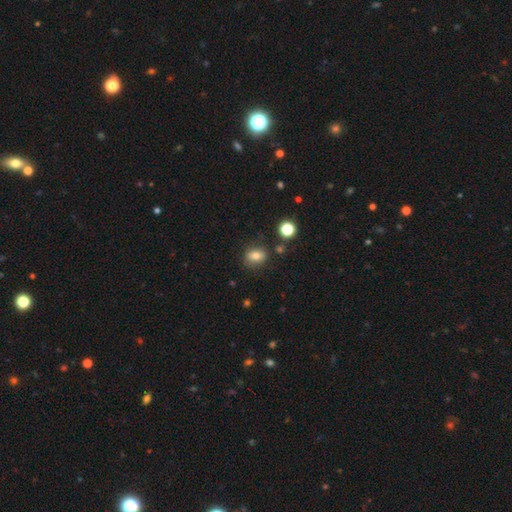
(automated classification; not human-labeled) smooth_or_featured: smooth (p=0.75) [alt: featured or disk p=0.13]
how_rounded: in between (p=0.58) [alt: round p=0.40]
merging: none (p=0.77) [alt: minor disturbance p=0.14]